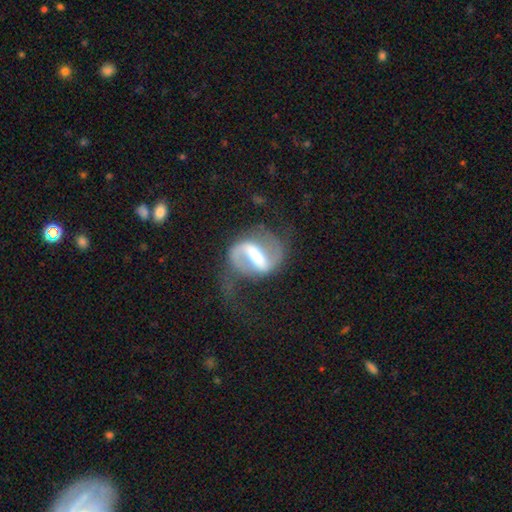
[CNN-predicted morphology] A featured or disk galaxy (85%) with a strong bar (68%), 2 (86%) medium (43%, tied with loose) spiral arms (91%) and a moderate central bulge (49%).

Vote fractions:
- Smooth or featured? featured or disk: 85% / smooth: 10% / star or artifact: 5%
- Edge-on disk? no: 96% / yes: 4%
- Bar? strong: 68% / weak: 25% / no: 7%
- Spiral arms? yes: 91% / no: 9%
- Spiral winding? medium: 43% (tied) / loose: 43% (tied) / tight: 14%
- Spiral arm count? 2: 86% / 1: 7% / can't tell: 4% / 3: 1% / 4: 1% / more than 4: 1%
- Bulge size? moderate: 49% / small: 24% / large: 18% / none: 6% / dominant: 3%
- Merging? none: 51% / major disturbance: 28% / minor disturbance: 19% / merger: 3%